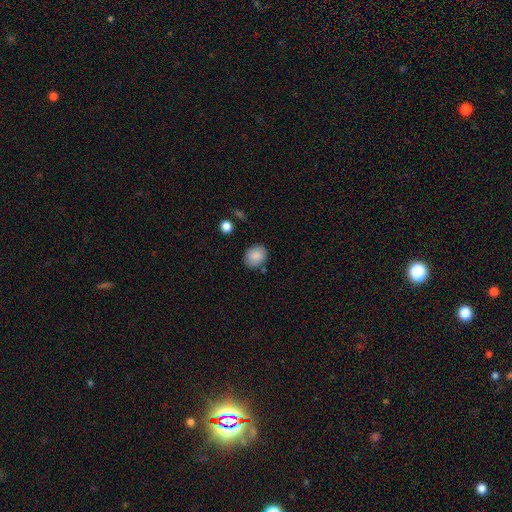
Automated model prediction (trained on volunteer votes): Overall: smooth (86%). How rounded: round (58%; in between 41%). Merging: none (78%).